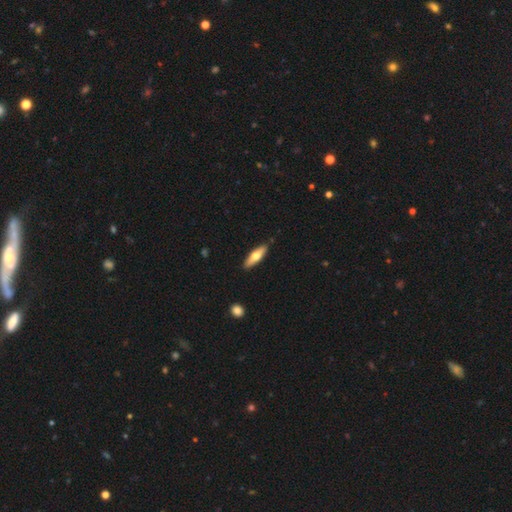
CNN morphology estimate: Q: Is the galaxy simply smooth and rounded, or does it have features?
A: smooth — 56%.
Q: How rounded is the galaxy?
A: cigar-shaped — 60%.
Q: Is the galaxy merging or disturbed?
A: none — 89%.